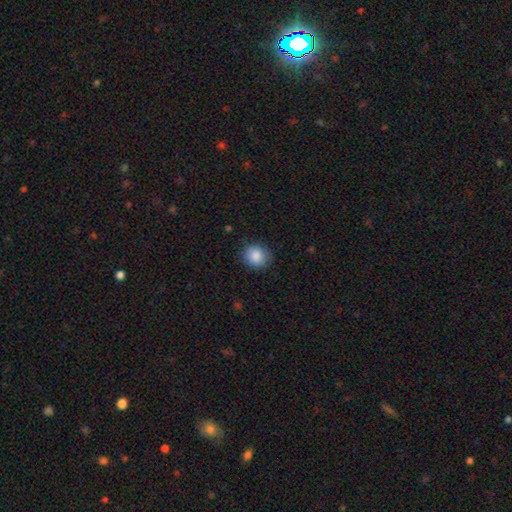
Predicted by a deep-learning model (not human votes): Smooth or featured? smooth (87%)
How rounded? round (82%)
Merging? none (85%)